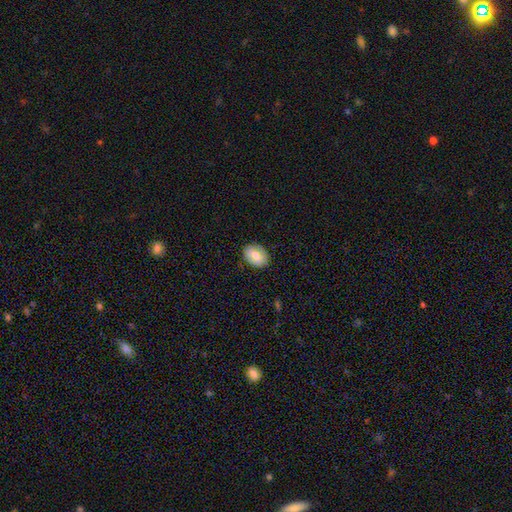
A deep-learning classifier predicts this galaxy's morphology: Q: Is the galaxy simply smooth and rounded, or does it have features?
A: smooth — 70%.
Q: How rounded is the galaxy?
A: in between — 73%.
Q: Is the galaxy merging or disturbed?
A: none — 85%.